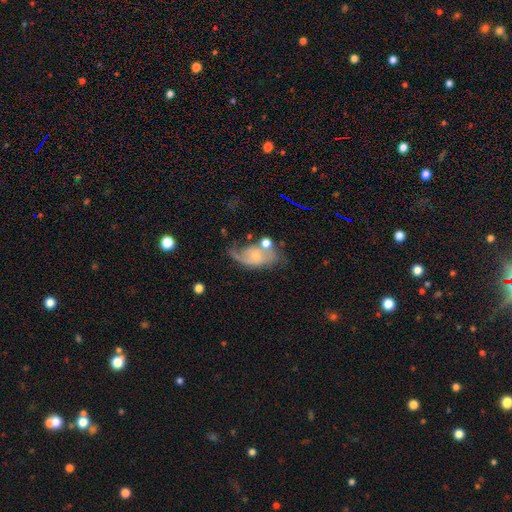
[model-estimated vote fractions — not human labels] Overall: featured or disk (64%; smooth 27%). Edge-on disk: no (95%). Bar: no (68%). Spiral arms: yes (82%). Spiral arm count: 2 (53%; 1 31%). Spiral winding: loose (47%; medium 37%). Bulge size: small (57%; moderate 23%). Merging: none (35%; major disturbance 27%).